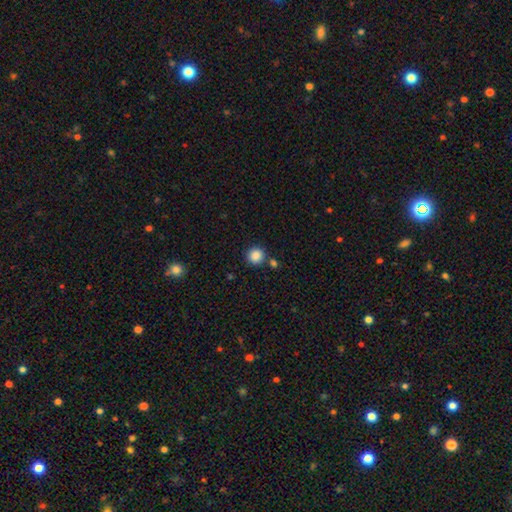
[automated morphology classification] Smooth or featured? Predicted: smooth (p=0.87). How rounded? Predicted: round (p=0.93). Merging? Predicted: none (p=0.80).